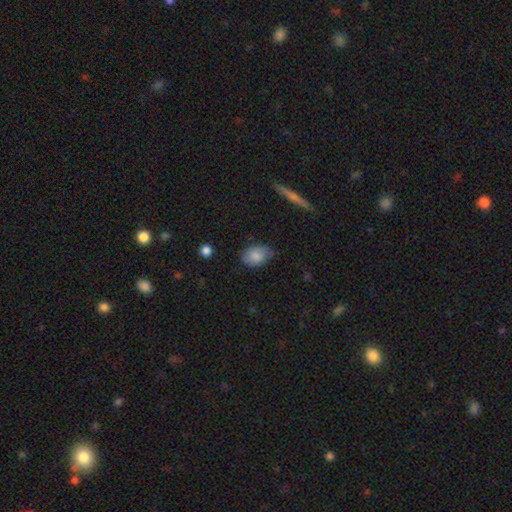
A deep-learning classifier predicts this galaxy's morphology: Overall: smooth (83%). How rounded: in between (82%). Merging: none (68%).